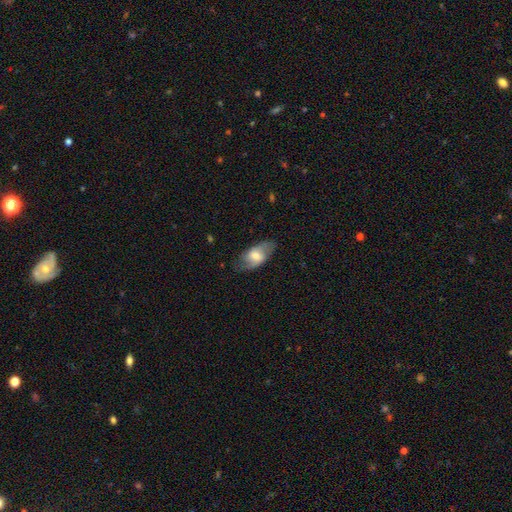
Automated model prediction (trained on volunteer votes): This appears to be a featured or disk galaxy (53%). Merging: none (76%).